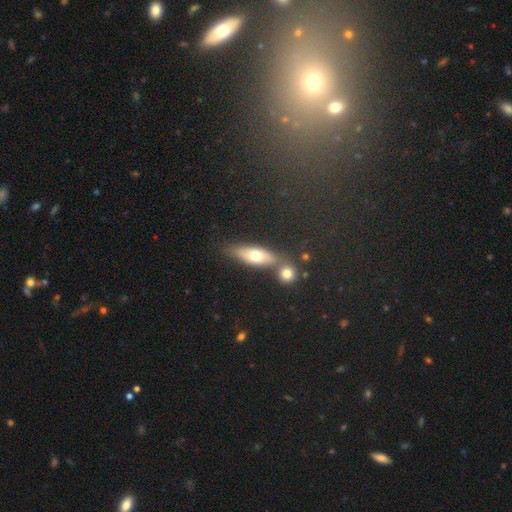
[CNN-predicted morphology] type=smooth (62%); roundness=in between (61%); merging=none (58%).